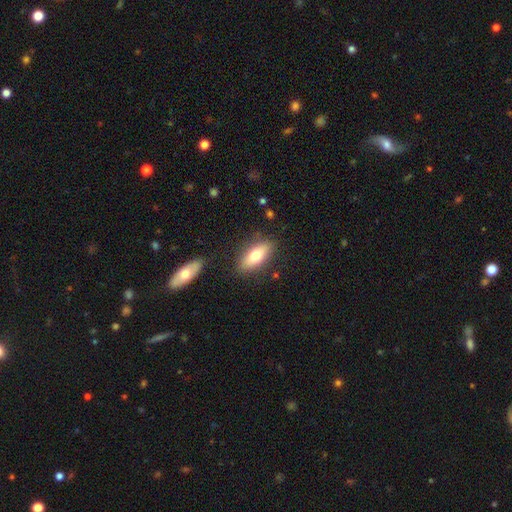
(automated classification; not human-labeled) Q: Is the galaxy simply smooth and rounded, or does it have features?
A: smooth — 72%.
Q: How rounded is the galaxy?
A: in between — 80%.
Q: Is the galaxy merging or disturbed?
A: none — 83%.